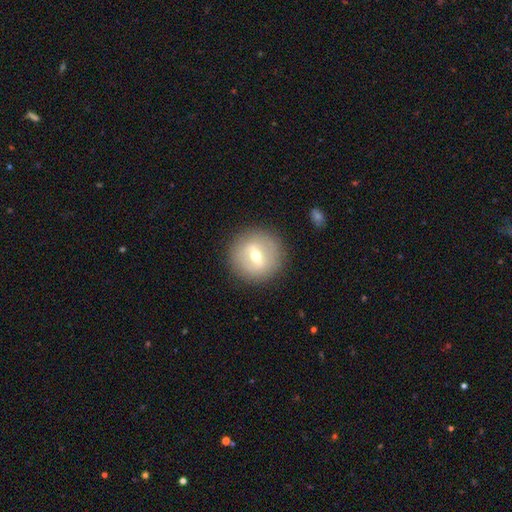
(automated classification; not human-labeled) This appears to be a featured or disk galaxy (52%). Merging: none (88%).